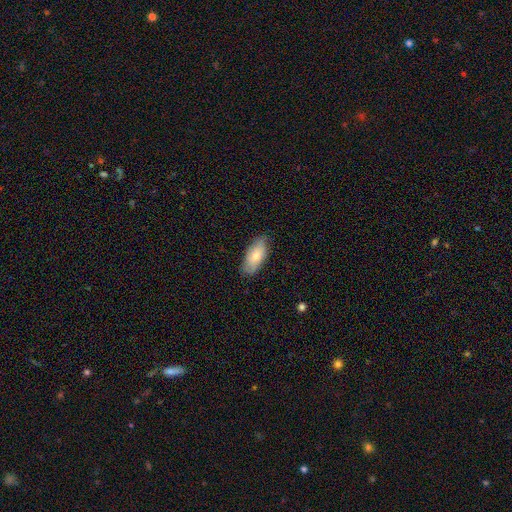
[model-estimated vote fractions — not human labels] This appears to be a smooth galaxy with no disk features (75%) that is in between round and cigar-shaped (87%). Merging: none (78%).